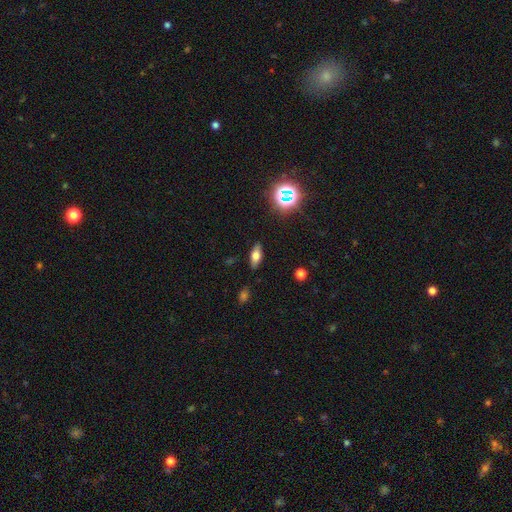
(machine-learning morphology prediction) This appears to be a smooth galaxy with no disk features (58%) that is in between round and cigar-shaped (74%). Merging: none (86%).